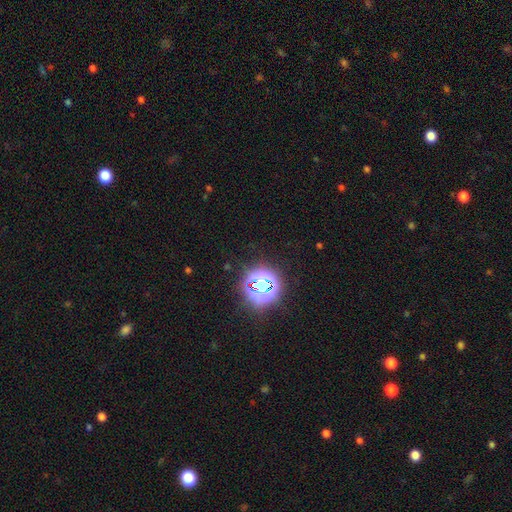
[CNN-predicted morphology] A star or artifact, not a galaxy (83%).

Vote fractions:
- Smooth or featured? star or artifact: 83% / smooth: 11% / featured or disk: 6%